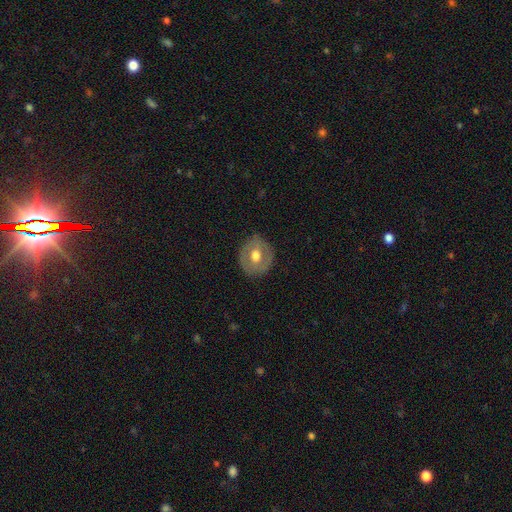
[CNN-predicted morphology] A smooth galaxy with no disk features (49%).

Vote fractions:
- Smooth or featured? smooth: 49% / featured or disk: 45% / star or artifact: 6%
- Merging? none: 83% / minor disturbance: 13% / major disturbance: 4% / merger: 1%